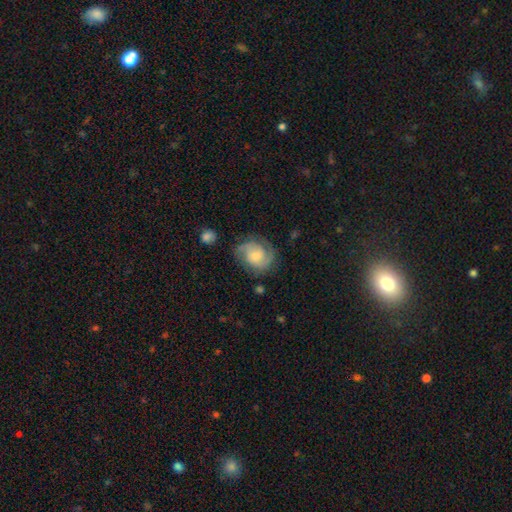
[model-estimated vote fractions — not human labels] featured or disk 70%, smooth 23%, star or artifact 7%. Down the decision tree: edge-on disk — no (98%); bar — no (67%); spiral arms — yes (93%); spiral arm count — 2 (70%); spiral winding — medium (45%); bulge size — small (50%); merging — none (71%).